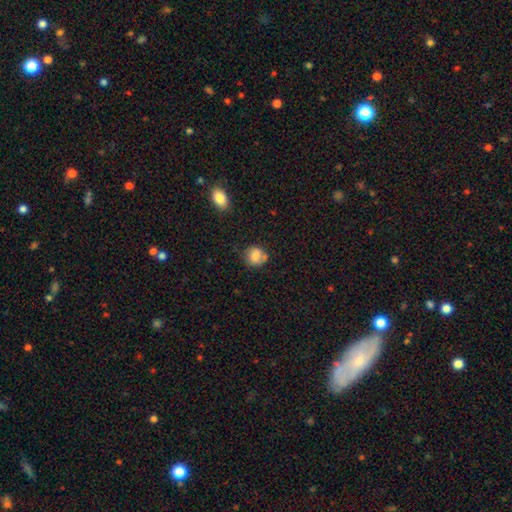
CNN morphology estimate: Smooth or featured? smooth (76%)
How rounded? round (75%)
Merging? none (56%)